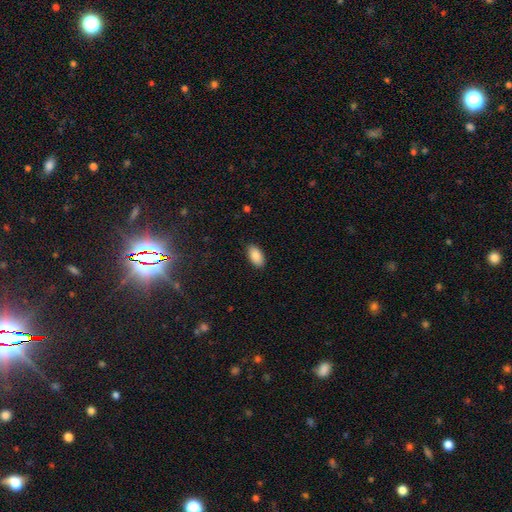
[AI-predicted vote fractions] Smooth or featured?
  - smooth: 89% *
  - star or artifact: 7%
  - featured or disk: 4%
How rounded?
  - in between: 94% *
  - cigar-shaped: 3%
  - round: 3%
Merging?
  - none: 87% *
  - minor disturbance: 9%
  - major disturbance: 2%
  - merger: 1%